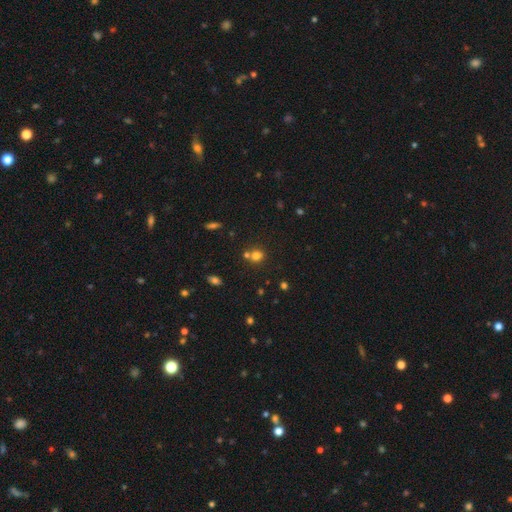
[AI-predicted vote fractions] The model was most divided on "merging": none: 55%, merger: 33%, minor disturbance: 9%, major disturbance: 3%. More confident: how rounded — round (78%); smooth or featured — smooth (73%).